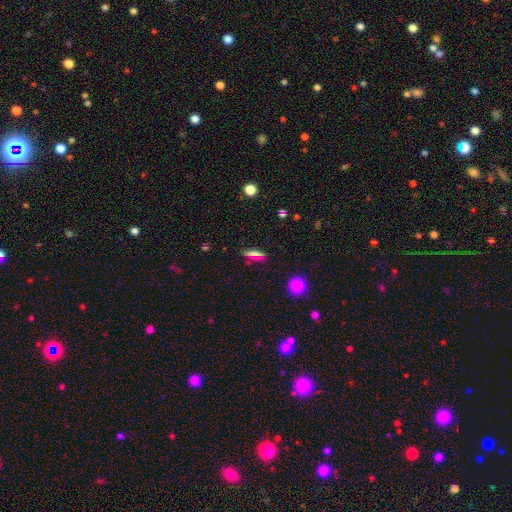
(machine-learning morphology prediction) smooth-or-featured: smooth: 62% | star or artifact: 23% | featured or disk: 15%
  how-rounded: cigar-shaped: 58% | in between: 29% | round: 12%
  merging: none: 88% | minor disturbance: 8% | major disturbance: 3% | merger: 2%